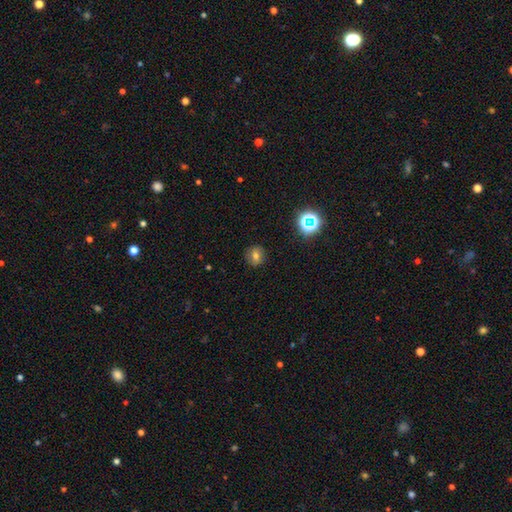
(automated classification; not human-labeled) Smooth or featured? smooth (66%)
How rounded? round (80%)
Merging? none (87%)